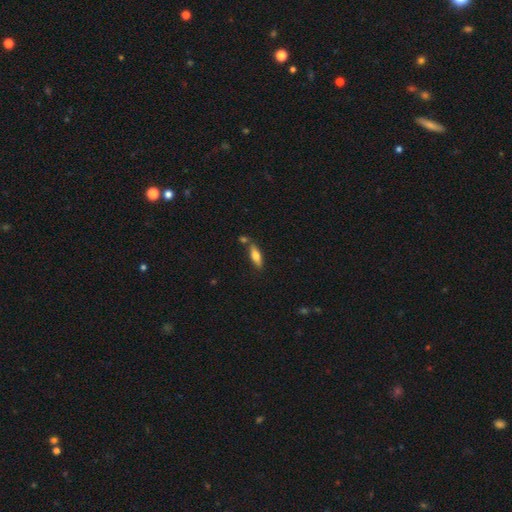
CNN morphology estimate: Q: Smooth or featured?
A: smooth (66%); runner-up: featured or disk (27%)
Q: How rounded?
A: in between (51%); runner-up: cigar-shaped (47%)
Q: Merging?
A: none (70%); runner-up: minor disturbance (14%)